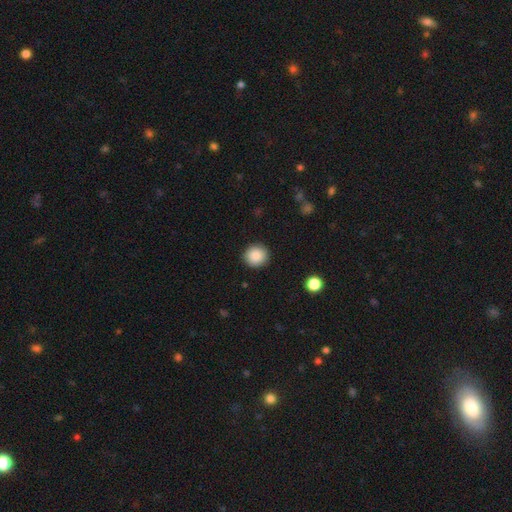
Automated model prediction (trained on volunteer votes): Smooth or featured?
  - smooth: 88% *
  - star or artifact: 8%
  - featured or disk: 4%
How rounded?
  - round: 91% *
  - in between: 8%
  - cigar-shaped: 1%
Merging?
  - none: 91% *
  - minor disturbance: 6%
  - major disturbance: 2%
  - merger: 1%